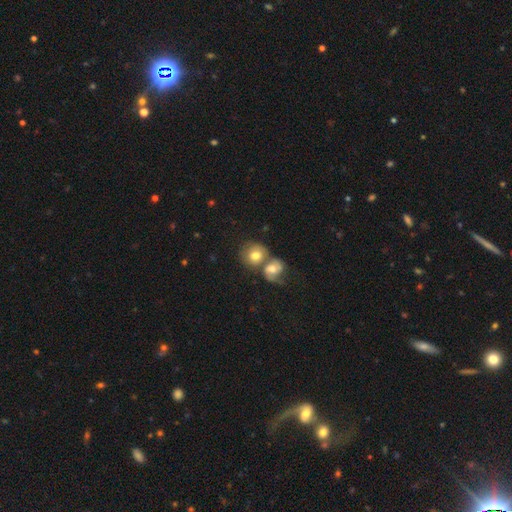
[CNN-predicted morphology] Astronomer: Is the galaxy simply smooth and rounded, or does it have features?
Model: smooth — 64%.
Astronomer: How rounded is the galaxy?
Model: round — 79%.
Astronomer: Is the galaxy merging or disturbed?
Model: merger — 58%.